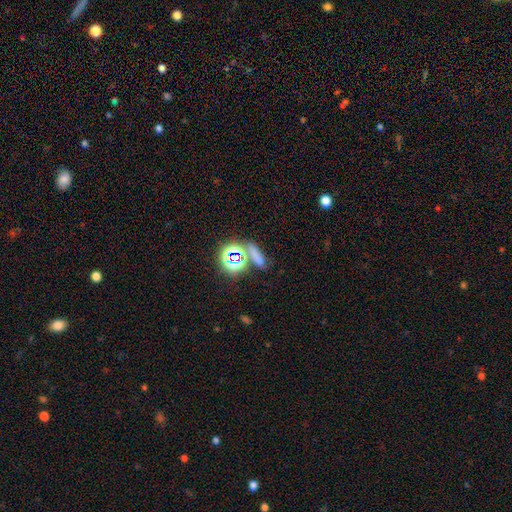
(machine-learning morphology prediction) This is possibly a smooth galaxy (52%). How rounded: marginally cigar-shaped (40%). Merging: likely none (63%).